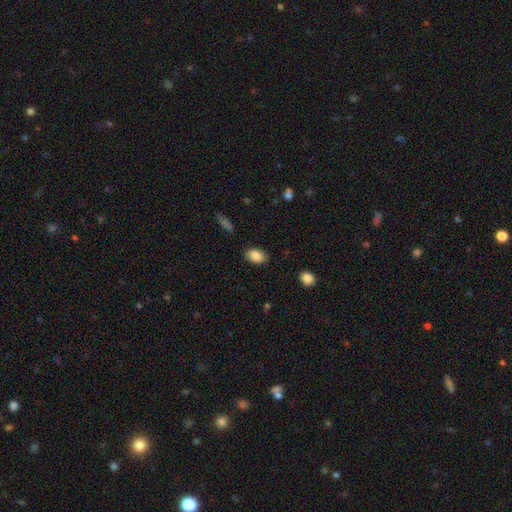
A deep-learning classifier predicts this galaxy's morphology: Smooth or featured: smooth — 85% (featured or disk — 7%)
How rounded: in between — 90% (round — 9%)
Merging: none — 87% (minor disturbance — 10%)